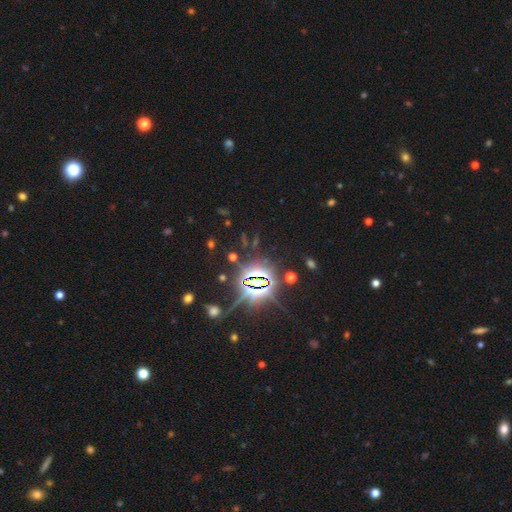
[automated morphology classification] Overall: star or artifact (85%).